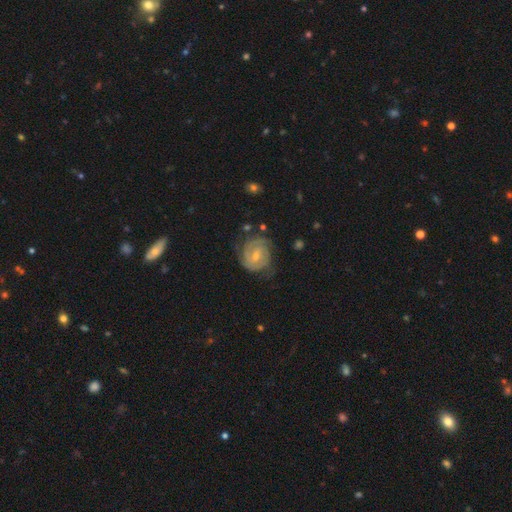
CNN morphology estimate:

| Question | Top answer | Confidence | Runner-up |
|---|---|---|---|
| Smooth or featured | featured or disk | 83% | smooth (12%) |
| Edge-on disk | no | 98% | yes (2%) |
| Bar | weak | 57% | no (29%) |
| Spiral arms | yes | 95% | no (5%) |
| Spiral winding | tight | 69% | medium (26%) |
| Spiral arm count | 2 | 50% | can't tell (21%) |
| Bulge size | small | 53% | moderate (42%) |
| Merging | none | 68% | minor disturbance (22%) |